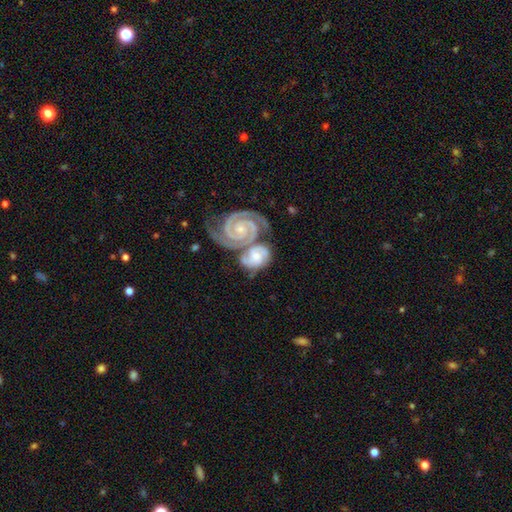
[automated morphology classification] Smooth or featured?
  - featured or disk: 82% *
  - smooth: 13%
  - star or artifact: 5%
Edge-on disk?
  - no: 97% *
  - yes: 3%
Bar?
  - no: 69% *
  - weak: 23%
  - strong: 9%
Spiral arms?
  - yes: 97% *
  - no: 3%
Spiral winding?
  - tight: 71% *
  - medium: 26%
  - loose: 4%
Spiral arm count?
  - 2: 84% *
  - 3: 7%
  - can't tell: 5%
  - 1: 2%
  - 4: 1%
  - more than 4: 1%
Bulge size?
  - small: 64% *
  - moderate: 27%
  - none: 5%
  - large: 2%
  - dominant: 1%
Merging?
  - merger: 57% *
  - none: 27%
  - minor disturbance: 11%
  - major disturbance: 5%